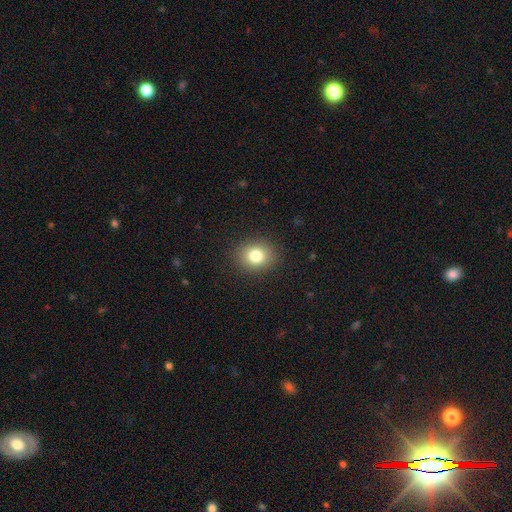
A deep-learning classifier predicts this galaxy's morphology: Smooth or featured? Predicted: smooth (p=0.80). How rounded? Predicted: round (p=0.69). Merging? Predicted: none (p=0.90).